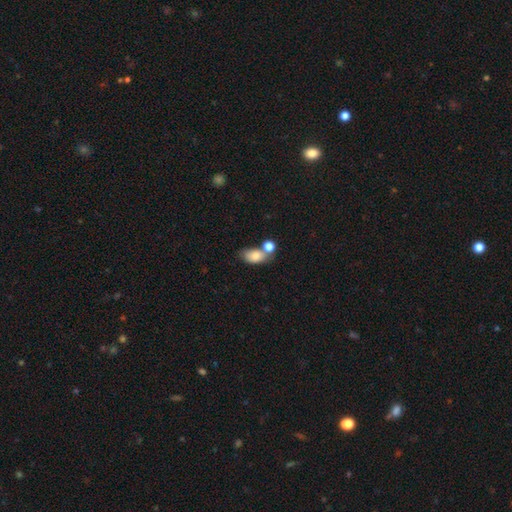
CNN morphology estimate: smooth_or_featured: smooth (p=0.81) [alt: featured or disk p=0.11]
how_rounded: in between (p=0.85) [alt: round p=0.13]
merging: none (p=0.39) [alt: merger p=0.38]